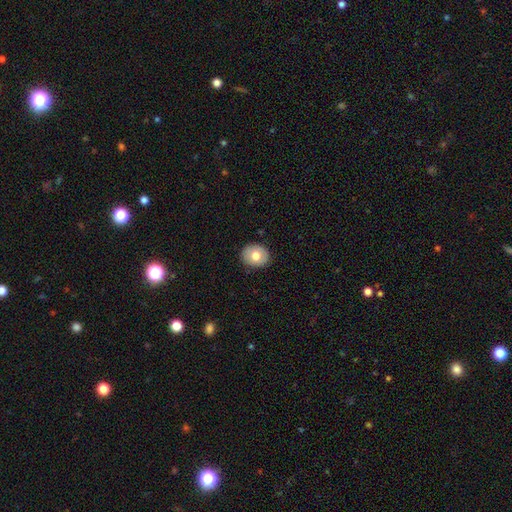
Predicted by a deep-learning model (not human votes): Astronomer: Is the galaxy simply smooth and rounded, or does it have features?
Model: smooth — 72%.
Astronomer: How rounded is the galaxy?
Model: round — 66%.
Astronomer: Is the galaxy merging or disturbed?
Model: none — 89%.